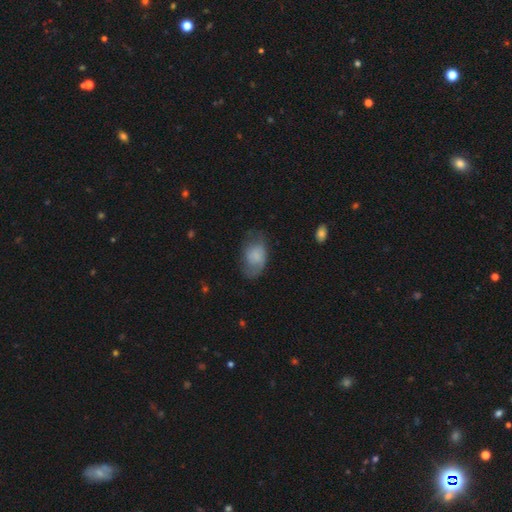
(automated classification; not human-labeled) smooth 65%, featured or disk 26%, star or artifact 8%. Down the decision tree: how rounded — in between (84%); merging — none (52%).